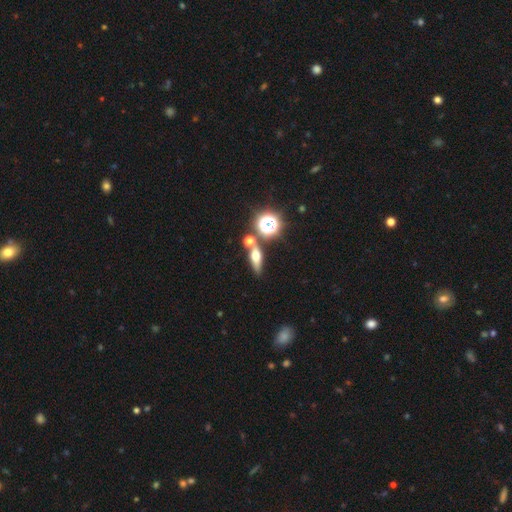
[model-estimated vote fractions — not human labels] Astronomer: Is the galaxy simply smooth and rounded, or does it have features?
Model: smooth — 50% (runner-up: featured or disk, 29%).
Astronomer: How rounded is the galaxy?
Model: in between — 43% (runner-up: cigar-shaped, 31%).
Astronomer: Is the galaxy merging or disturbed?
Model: none — 69%.